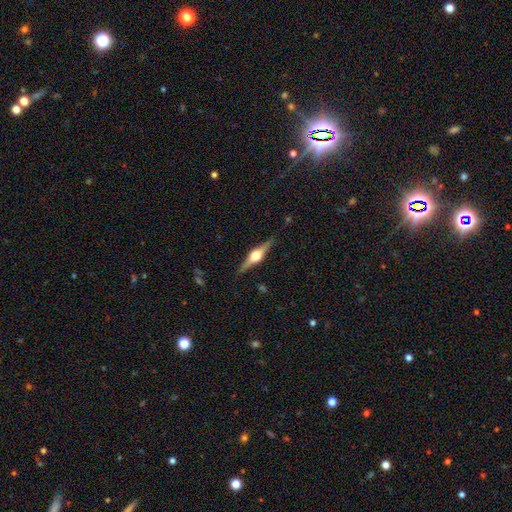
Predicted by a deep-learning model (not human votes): smooth_or_featured: featured or disk (p=0.79) [alt: smooth p=0.16]
disk_edge_on: yes (p=0.98) [alt: no p=0.02]
edge_on_bulge: rounded (p=0.95) [alt: boxy p=0.04]
merging: none (p=0.88) [alt: minor disturbance p=0.09]